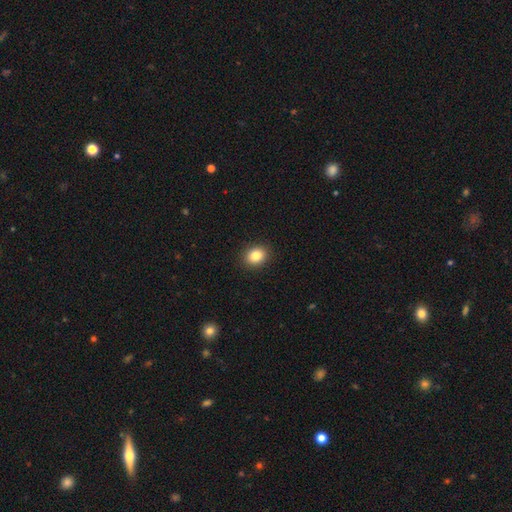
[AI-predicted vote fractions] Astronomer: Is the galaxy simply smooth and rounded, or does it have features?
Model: smooth — 84%.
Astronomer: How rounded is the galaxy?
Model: round — 56% (runner-up: in between, 43%).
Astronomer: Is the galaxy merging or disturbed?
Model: none — 91%.